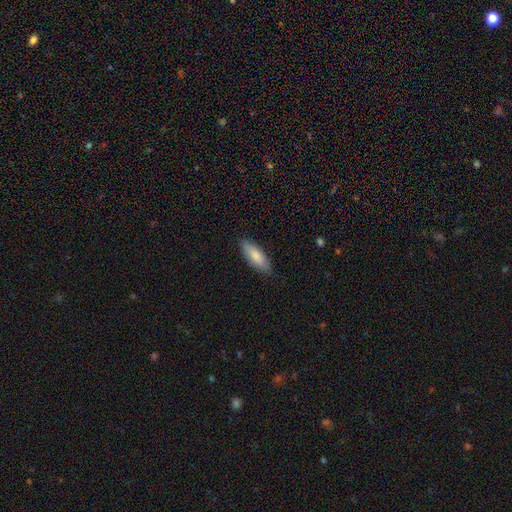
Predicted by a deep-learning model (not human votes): This appears to be a smooth galaxy with no disk features (81%) that is in between round and cigar-shaped (68%). Merging: none (85%).